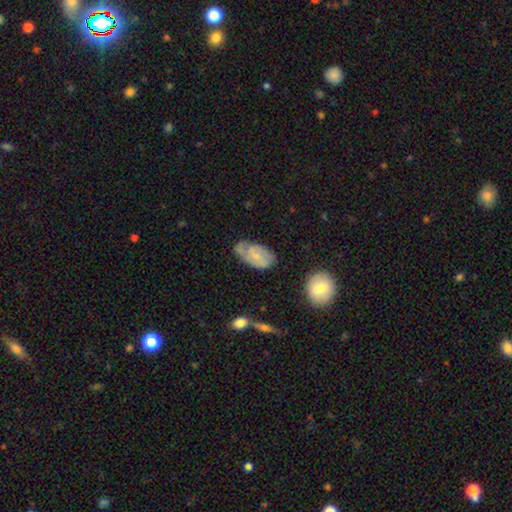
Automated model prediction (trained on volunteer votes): Smooth or featured? Predicted: featured or disk (p=0.58). Edge-on disk? Predicted: no (p=0.95). Bar? Predicted: no (p=0.49). Spiral arms? Predicted: yes (p=0.83). Bulge size? Predicted: small (p=0.59). Merging? Predicted: none (p=0.54).